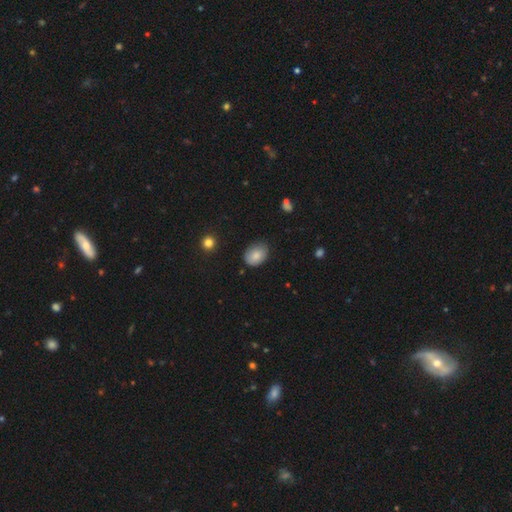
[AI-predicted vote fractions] A smooth galaxy with no disk features (82%) that is in between round and cigar-shaped (70%). Merging: none (72%).